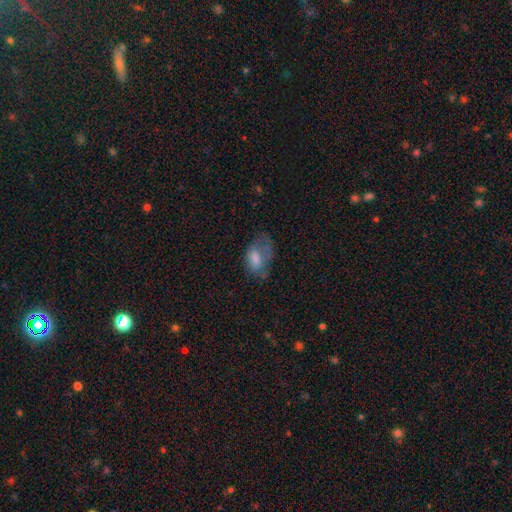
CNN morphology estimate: Smooth or featured? Predicted: smooth (p=0.62). How rounded? Predicted: in between (p=0.87). Merging? Predicted: none (p=0.37).